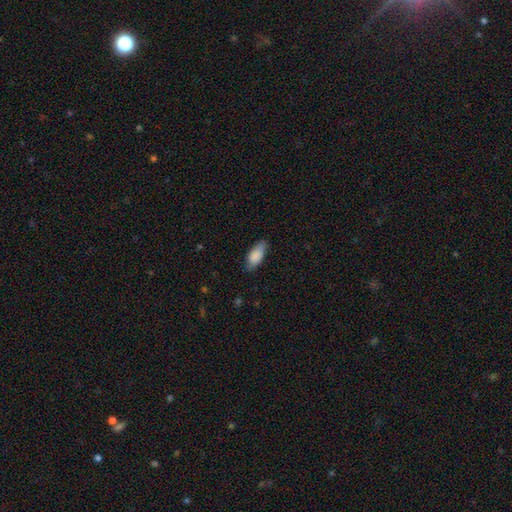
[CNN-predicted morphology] A smooth galaxy with no disk features (86%) that is in between round and cigar-shaped (84%).

Vote fractions:
- Smooth or featured? smooth: 86% / featured or disk: 8% / star or artifact: 6%
- How rounded? in between: 84% / cigar-shaped: 14% / round: 2%
- Merging? none: 76% / minor disturbance: 20% / major disturbance: 3% / merger: 1%